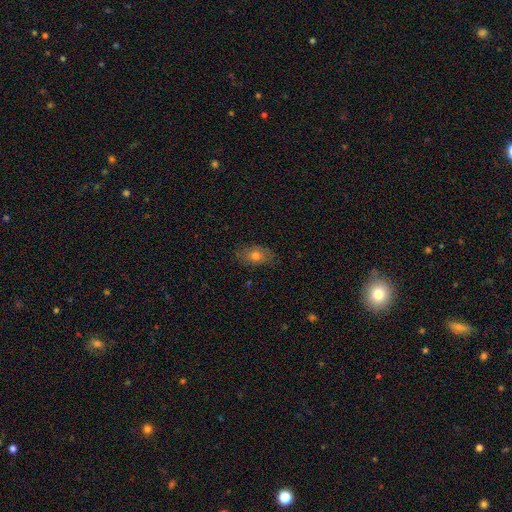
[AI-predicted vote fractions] smooth 73%, featured or disk 16%, star or artifact 10%. Down the decision tree: how rounded — in between (79%); merging — none (79%).